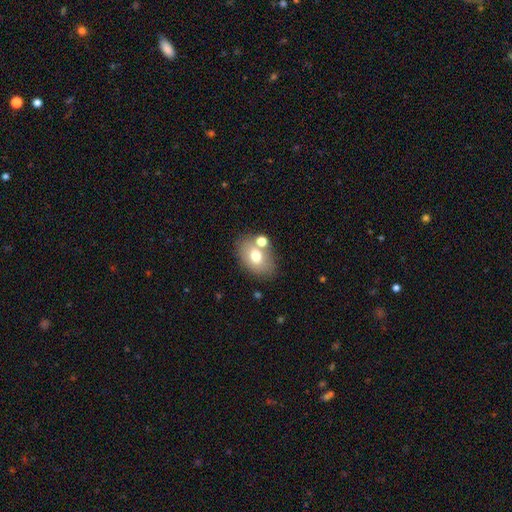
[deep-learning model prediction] This is likely a smooth galaxy (69%). How rounded: clearly in between (81%). Merging: likely none (66%).